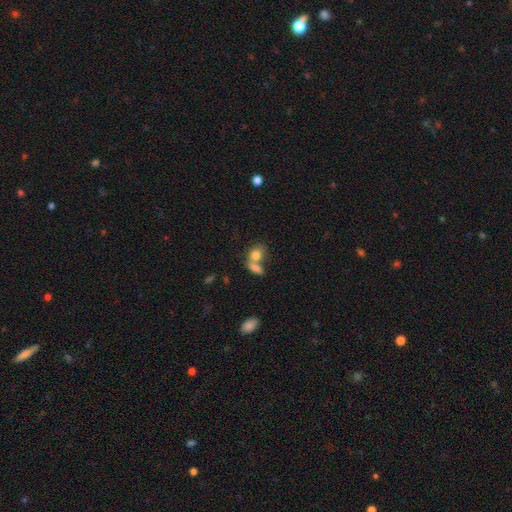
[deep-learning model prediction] Morphology: type=smooth (80%); roundness=in between (62%); merging=merger (53%).